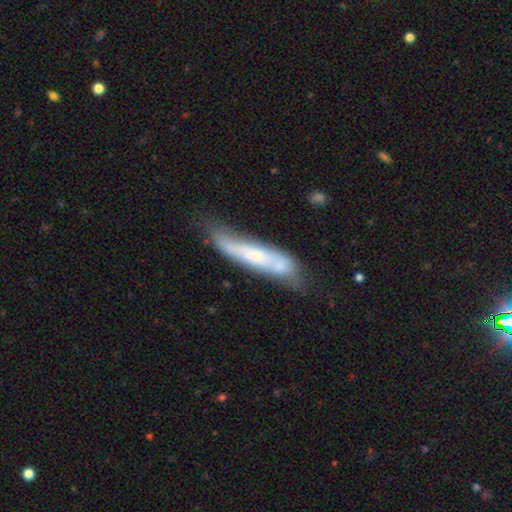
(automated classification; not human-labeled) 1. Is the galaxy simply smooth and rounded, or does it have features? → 47% featured or disk, 46% smooth, 7% star or artifact.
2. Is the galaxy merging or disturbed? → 42% none, 31% minor disturbance, 15% major disturbance, 12% merger.